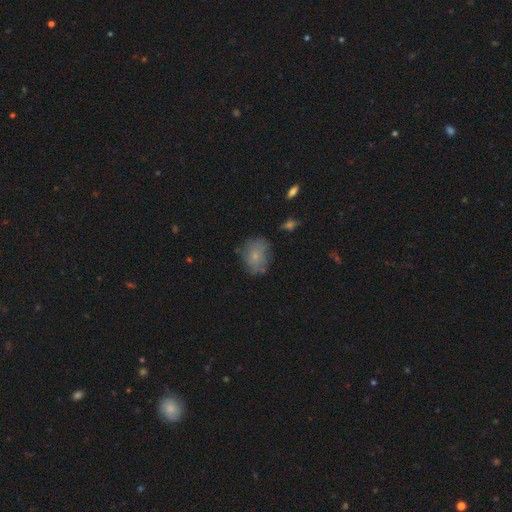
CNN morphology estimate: Smooth or featured?
  - smooth: 68% *
  - featured or disk: 21%
  - star or artifact: 11%
How rounded?
  - in between: 50% *
  - round: 49%
  - cigar-shaped: 1%
Merging?
  - none: 62% *
  - minor disturbance: 26%
  - major disturbance: 10%
  - merger: 3%